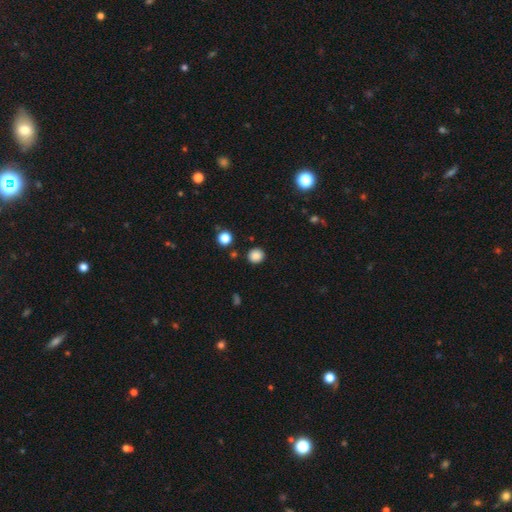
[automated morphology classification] The model was most divided on "smooth or featured": smooth: 85%, star or artifact: 11%, featured or disk: 4%. More confident: merging — none (89%); how rounded — round (88%).